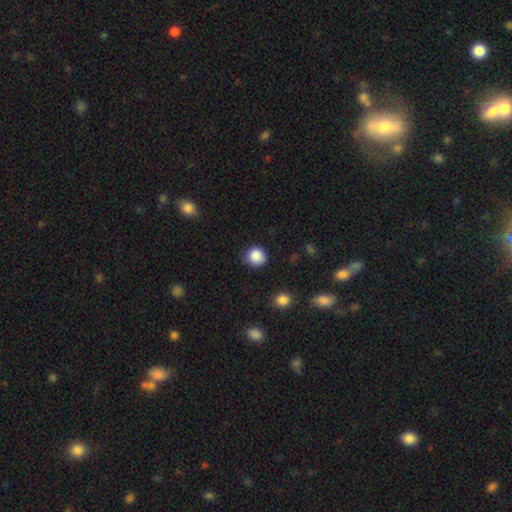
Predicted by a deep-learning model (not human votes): smooth 86%, star or artifact 10%, featured or disk 4%. Down the decision tree: how rounded — round (88%); merging — none (80%).